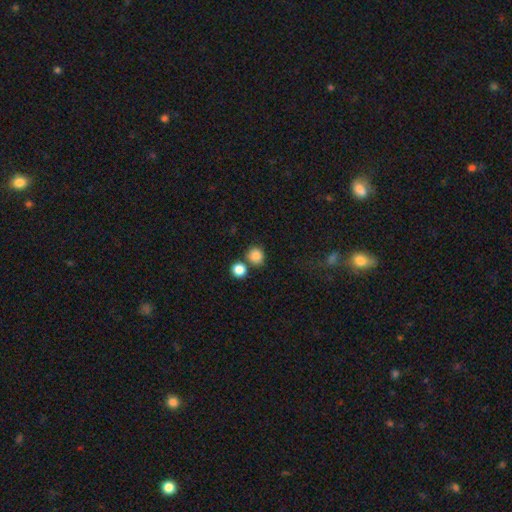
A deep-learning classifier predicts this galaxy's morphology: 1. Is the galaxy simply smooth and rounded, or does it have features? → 85% smooth, 11% star or artifact, 5% featured or disk.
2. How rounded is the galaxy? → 86% round, 13% in between, 1% cigar-shaped.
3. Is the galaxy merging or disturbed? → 70% none, 18% merger, 9% minor disturbance, 3% major disturbance.